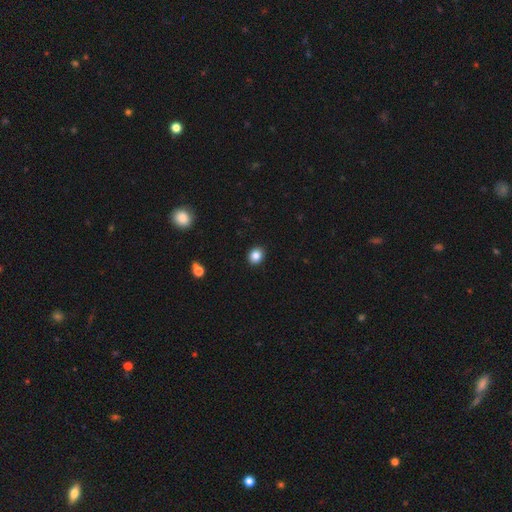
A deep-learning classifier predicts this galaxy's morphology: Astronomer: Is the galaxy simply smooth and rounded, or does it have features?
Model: smooth — 85%.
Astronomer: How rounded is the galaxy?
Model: round — 63%.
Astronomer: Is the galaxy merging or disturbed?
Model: none — 92%.